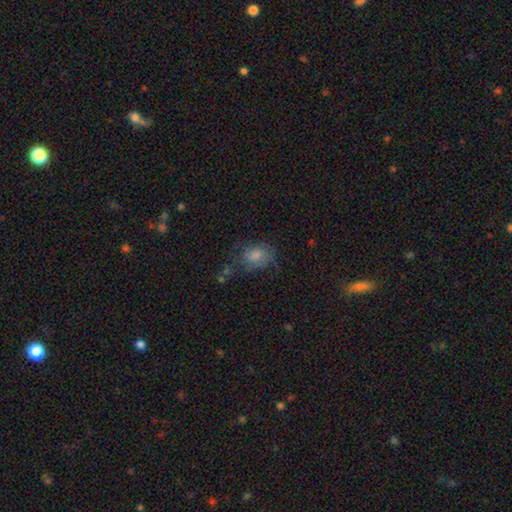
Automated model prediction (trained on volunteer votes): smooth 75%, featured or disk 15%, star or artifact 10%. Down the decision tree: how rounded — in between (73%); merging — none (53%).